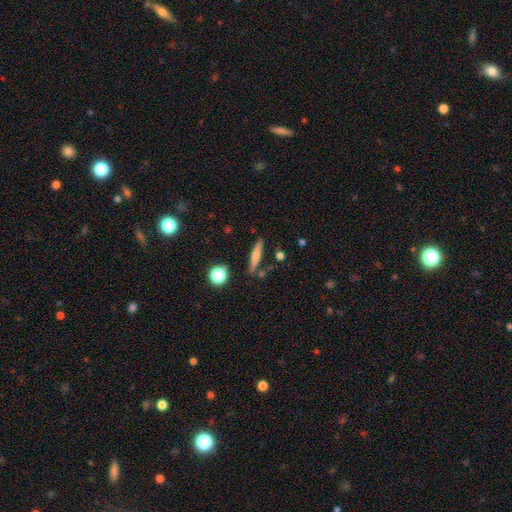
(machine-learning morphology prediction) type=smooth (62%); roundness=cigar-shaped (86%); merging=none (82%).